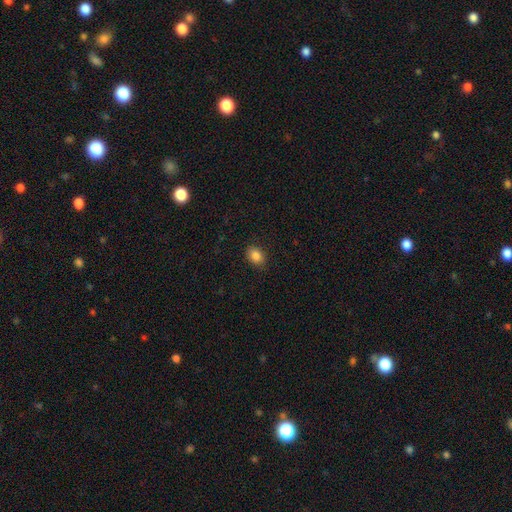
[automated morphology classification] smooth-or-featured: smooth: 86% | star or artifact: 9% | featured or disk: 5%
  how-rounded: in between: 71% | round: 28% | cigar-shaped: 1%
  merging: none: 87% | minor disturbance: 9% | major disturbance: 2% | merger: 1%